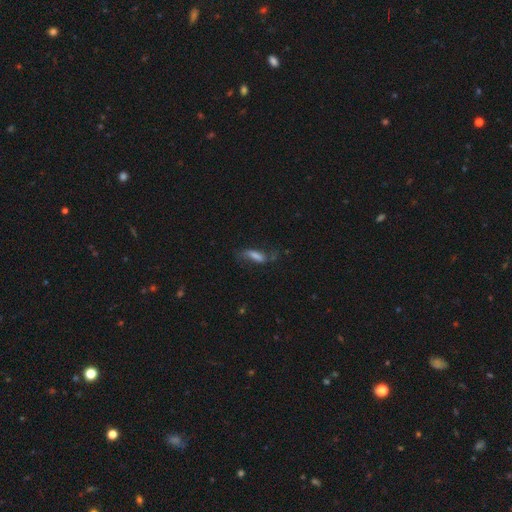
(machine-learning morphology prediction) Smooth or featured?
  - smooth: 43% * (tied)
  - featured or disk: 43% * (tied)
  - star or artifact: 14%
Merging?
  - none: 53% *
  - minor disturbance: 25%
  - major disturbance: 19%
  - merger: 3%